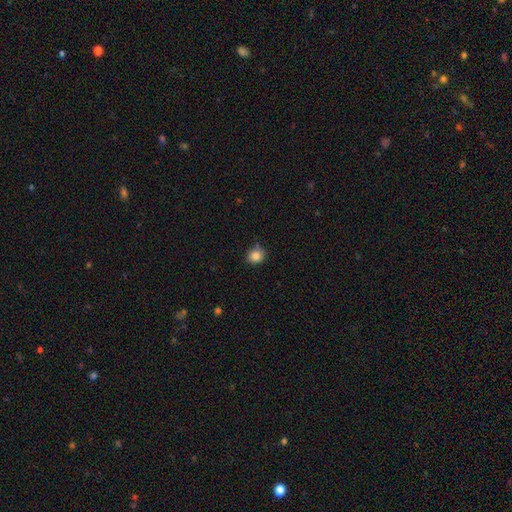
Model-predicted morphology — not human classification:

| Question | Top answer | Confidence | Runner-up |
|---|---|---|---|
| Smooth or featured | smooth | 85% | star or artifact (10%) |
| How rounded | round | 74% | in between (26%) |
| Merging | none | 79% | minor disturbance (16%) |